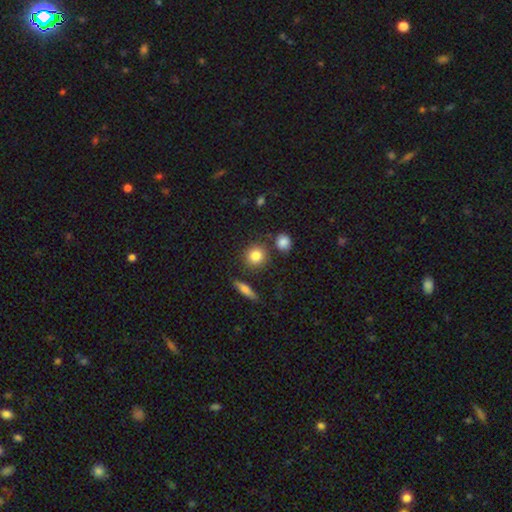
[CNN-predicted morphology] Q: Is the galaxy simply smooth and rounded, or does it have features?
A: smooth — 83%.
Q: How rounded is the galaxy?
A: round — 86%.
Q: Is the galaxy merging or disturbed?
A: none — 79%.